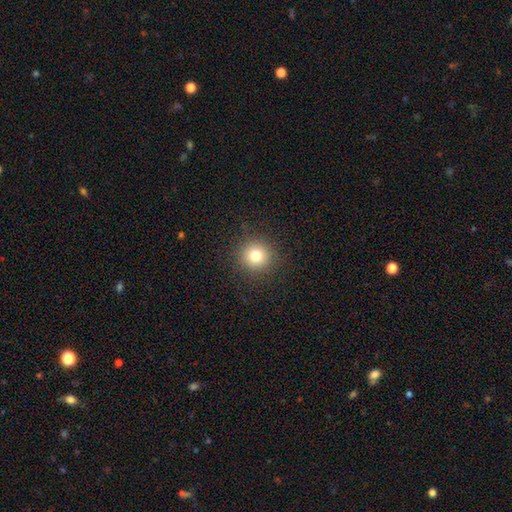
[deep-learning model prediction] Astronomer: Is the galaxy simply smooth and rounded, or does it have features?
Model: smooth — 79%.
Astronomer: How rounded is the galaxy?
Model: round — 95%.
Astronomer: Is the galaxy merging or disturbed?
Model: none — 91%.